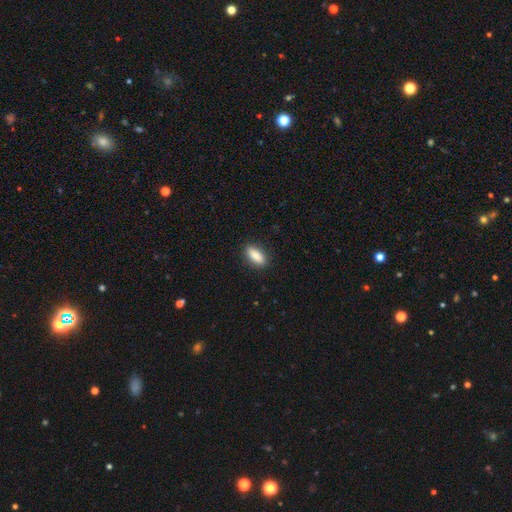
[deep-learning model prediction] smooth 86%, featured or disk 7%, star or artifact 7%. Down the decision tree: how rounded — in between (74%); merging — none (88%).